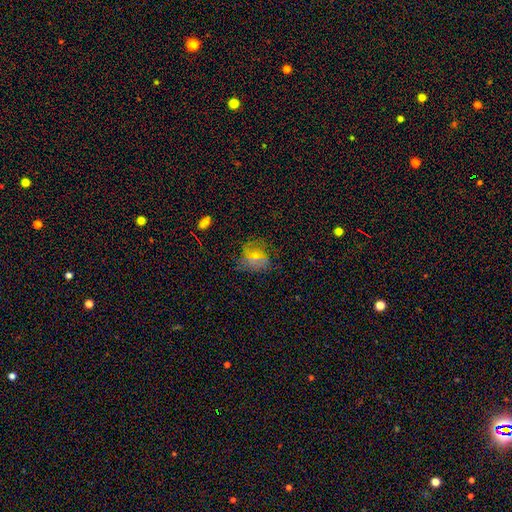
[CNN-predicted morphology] This is likely a smooth galaxy (60%). How rounded: likely round (69%). Merging: possibly none (56%).